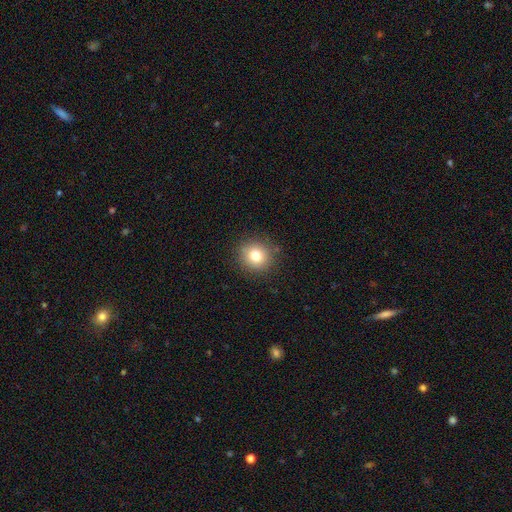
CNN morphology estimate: Smooth or featured? Predicted: smooth (p=0.79). How rounded? Predicted: round (p=0.89). Merging? Predicted: none (p=0.88).